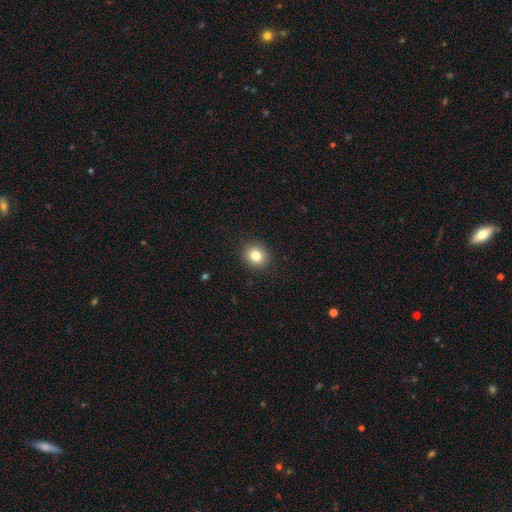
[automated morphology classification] A smooth galaxy with no disk features (82%) that is round (78%). Merging: none (91%).